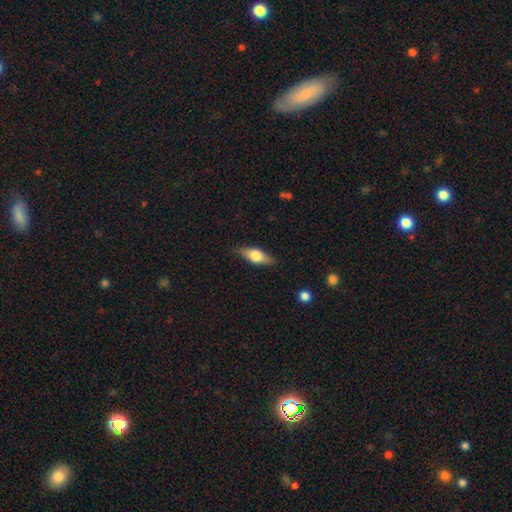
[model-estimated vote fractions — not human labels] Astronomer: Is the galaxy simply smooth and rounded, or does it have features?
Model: smooth — 61%.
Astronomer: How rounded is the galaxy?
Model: in between — 67%.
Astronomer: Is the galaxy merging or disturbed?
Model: none — 85%.